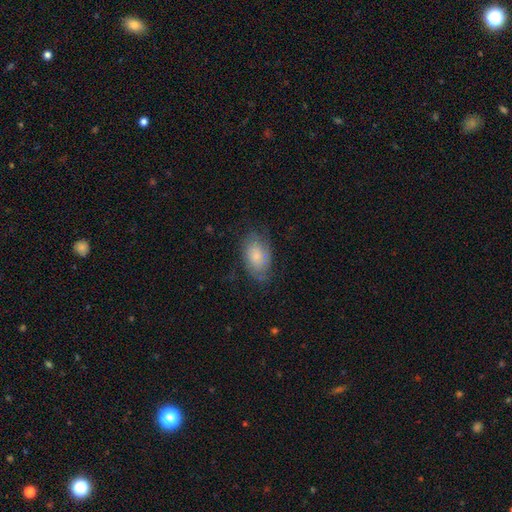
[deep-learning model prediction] smooth_or_featured: smooth (p=0.65) [alt: featured or disk p=0.27]
how_rounded: in between (p=0.91) [alt: round p=0.08]
merging: none (p=0.66) [alt: minor disturbance p=0.23]